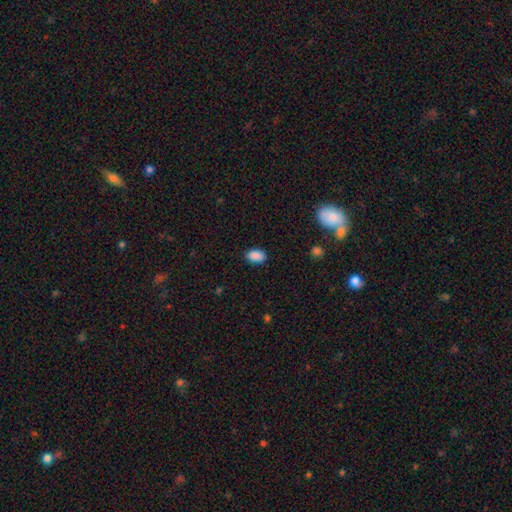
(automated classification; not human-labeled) smooth-or-featured: smooth: 89% | star or artifact: 8% | featured or disk: 3%
  how-rounded: in between: 89% | round: 10% | cigar-shaped: 1%
  merging: none: 86% | minor disturbance: 10% | major disturbance: 2% | merger: 1%